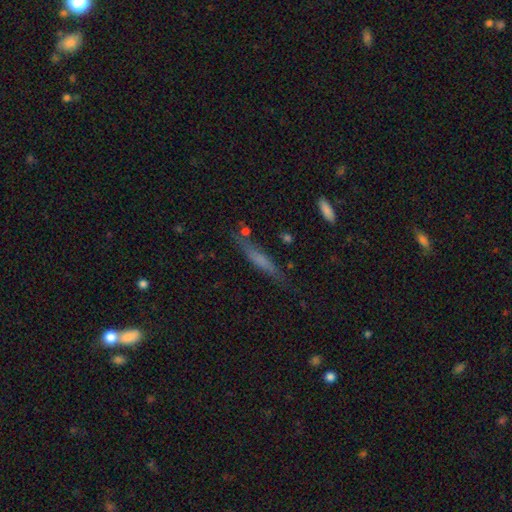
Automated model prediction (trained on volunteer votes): Morphology: type=smooth (45%); merging=none (76%).